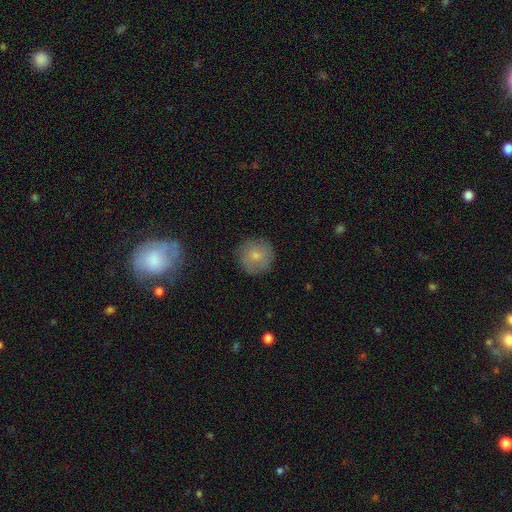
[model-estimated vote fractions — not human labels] A smooth galaxy with no disk features (76%) that is round (94%).

Vote fractions:
- Smooth or featured? smooth: 76% / featured or disk: 16% / star or artifact: 8%
- How rounded? round: 94% / in between: 5% / cigar-shaped: 1%
- Merging? none: 85% / minor disturbance: 11% / major disturbance: 3% / merger: 1%